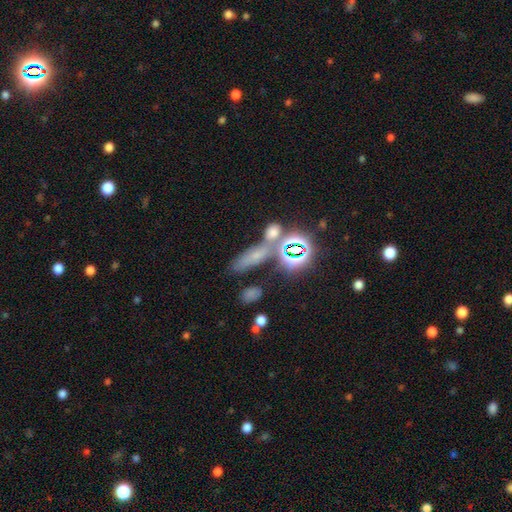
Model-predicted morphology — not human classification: Smooth or featured? Predicted: smooth (p=0.46). Merging? Predicted: none (p=0.57).